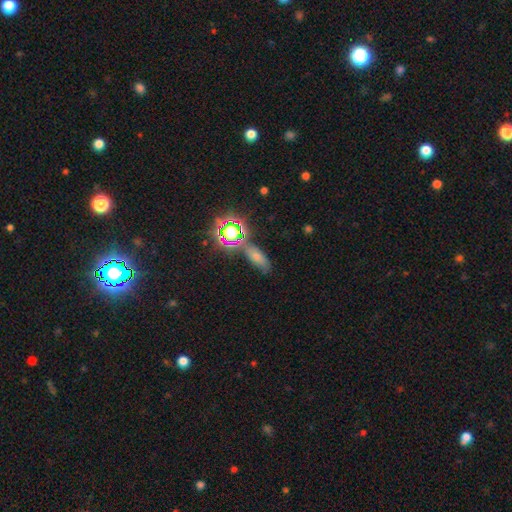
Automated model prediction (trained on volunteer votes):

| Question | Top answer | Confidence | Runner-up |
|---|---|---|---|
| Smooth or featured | star or artifact | 49% | smooth (37%) |